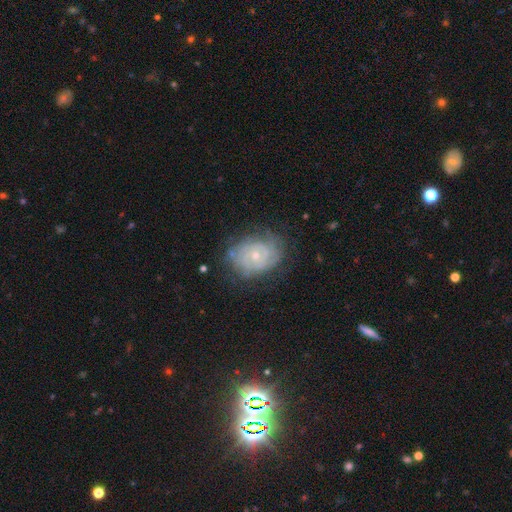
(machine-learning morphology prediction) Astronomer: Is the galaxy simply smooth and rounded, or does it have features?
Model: featured or disk — 72%.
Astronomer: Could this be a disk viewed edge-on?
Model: no — 97%.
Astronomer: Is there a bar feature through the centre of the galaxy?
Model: no — 78%.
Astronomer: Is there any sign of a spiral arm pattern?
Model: yes — 84%.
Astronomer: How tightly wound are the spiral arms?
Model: tight — 72%.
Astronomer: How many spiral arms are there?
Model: can't tell — 52%.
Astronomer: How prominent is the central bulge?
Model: small — 66%.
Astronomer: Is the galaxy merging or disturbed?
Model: none — 70%.